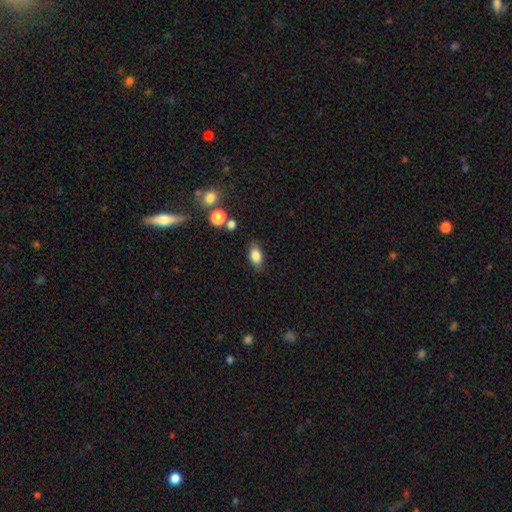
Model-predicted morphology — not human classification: Q: Smooth or featured?
A: smooth (82%); runner-up: star or artifact (9%)
Q: How rounded?
A: in between (85%); runner-up: round (11%)
Q: Merging?
A: none (80%); runner-up: minor disturbance (14%)